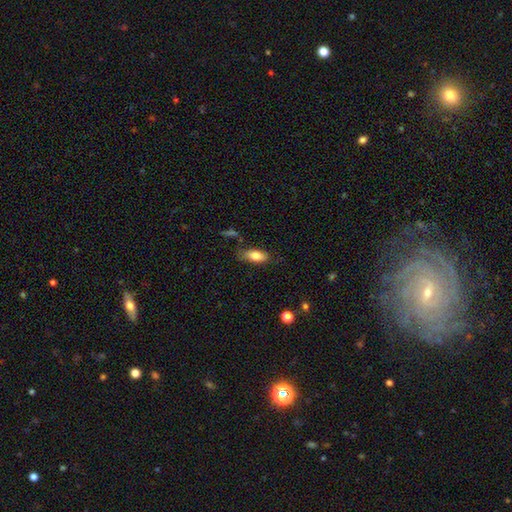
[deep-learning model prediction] Morphology: type=smooth (80%); roundness=in between (85%); merging=none (72%).